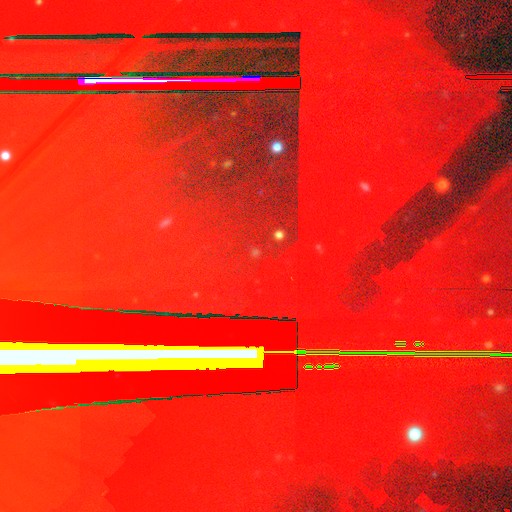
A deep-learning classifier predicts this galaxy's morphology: This is clearly a star or artifact rather than a galaxy (87%).